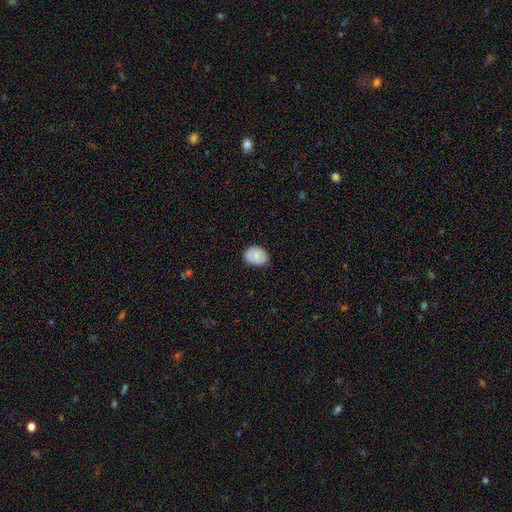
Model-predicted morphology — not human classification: type=smooth (75%); roundness=in between (60%); merging=none (80%).